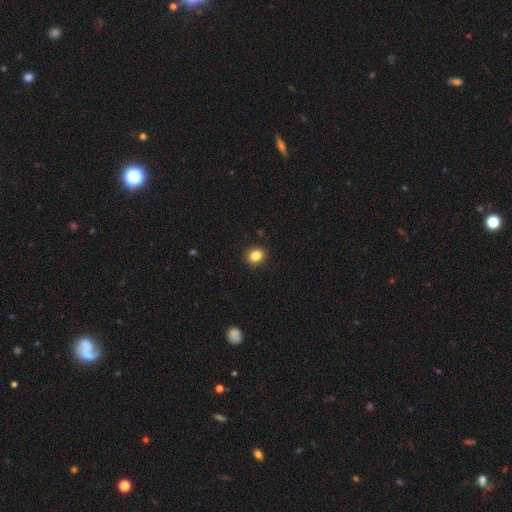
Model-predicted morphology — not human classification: This is clearly a smooth galaxy (85%). How rounded: likely round (72%). Merging: clearly none (91%).